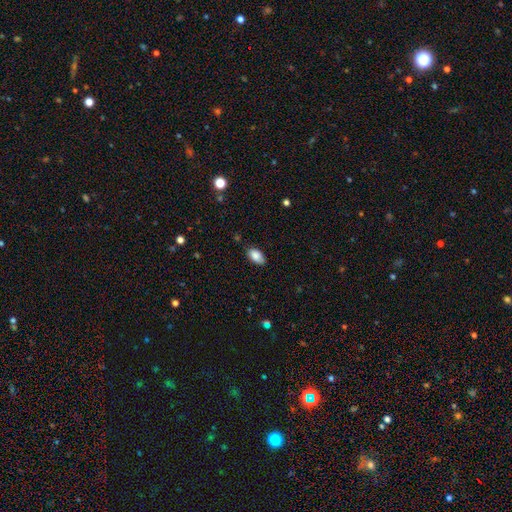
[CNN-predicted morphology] smooth_or_featured: smooth (p=0.87) [alt: star or artifact p=0.07]
how_rounded: in between (p=0.93) [alt: round p=0.05]
merging: none (p=0.81) [alt: minor disturbance p=0.15]